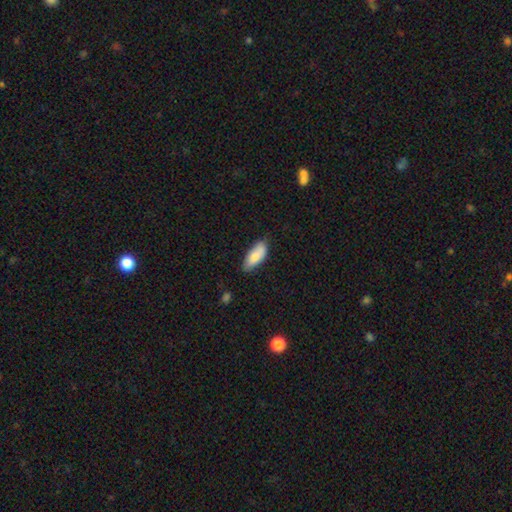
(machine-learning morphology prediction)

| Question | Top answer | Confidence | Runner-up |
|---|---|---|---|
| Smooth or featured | smooth | 81% | featured or disk (13%) |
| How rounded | in between | 82% | cigar-shaped (16%) |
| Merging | none | 73% | minor disturbance (22%) |